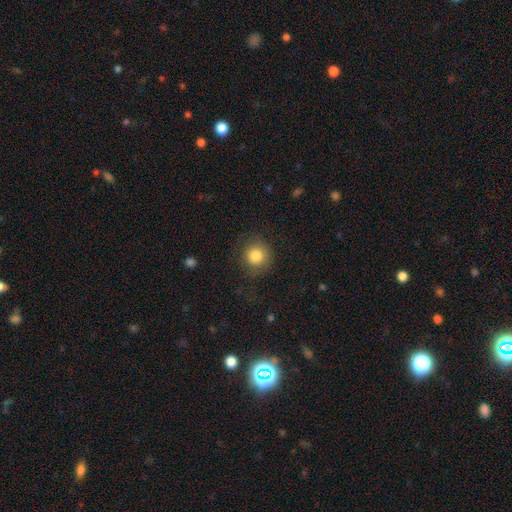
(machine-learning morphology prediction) Smooth or featured: smooth — 85% (star or artifact — 9%)
How rounded: round — 93% (in between — 6%)
Merging: none — 82% (minor disturbance — 12%)